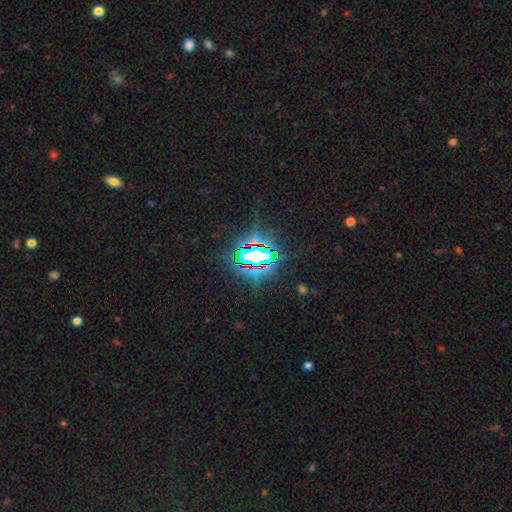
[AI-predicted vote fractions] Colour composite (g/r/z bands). It shows a star or artifact, not a galaxy (77%).